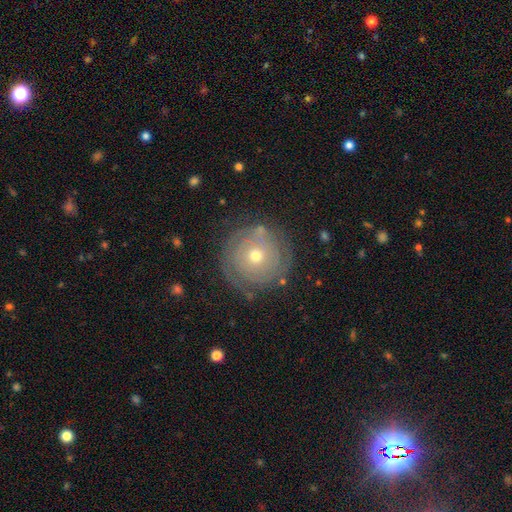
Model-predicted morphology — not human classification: type=featured or disk (65%); edge-on=no (96%); bar=no (88%); spiral arms=yes (76%); bulge=moderate (50%); merging=none (80%).